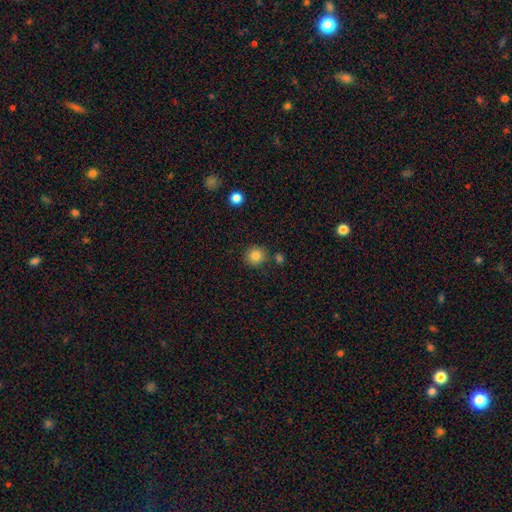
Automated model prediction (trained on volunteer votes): This appears to be a smooth galaxy with no disk features (84%) that is round (92%). Merging: none (82%).